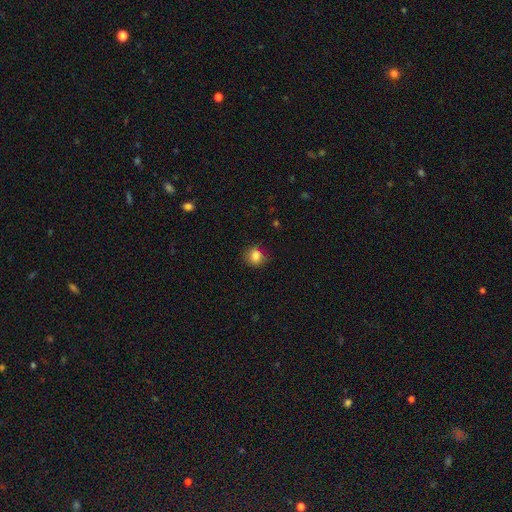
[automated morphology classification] This is clearly a smooth galaxy (83%). How rounded: likely round (72%). Merging: clearly none (81%).